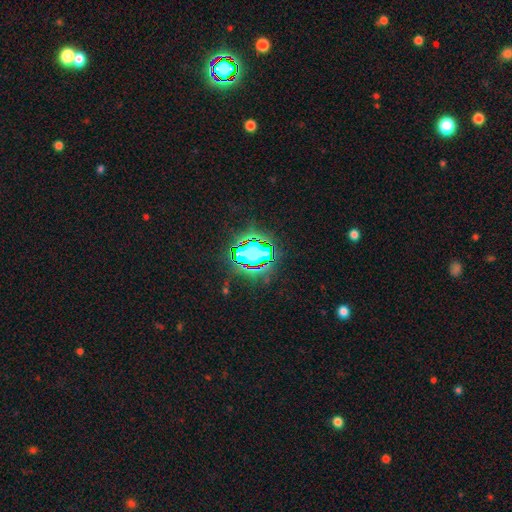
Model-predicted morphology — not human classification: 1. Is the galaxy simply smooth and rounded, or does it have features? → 80% star or artifact, 12% smooth, 8% featured or disk.